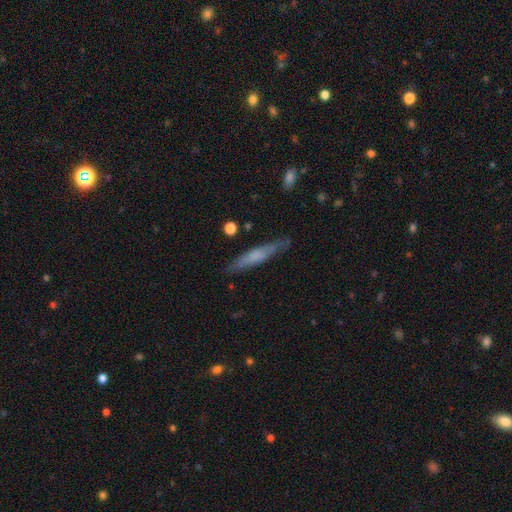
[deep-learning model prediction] Q: Smooth or featured?
A: smooth (55%); runner-up: featured or disk (38%)
Q: How rounded?
A: cigar-shaped (90%); runner-up: in between (8%)
Q: Merging?
A: none (82%); runner-up: minor disturbance (13%)